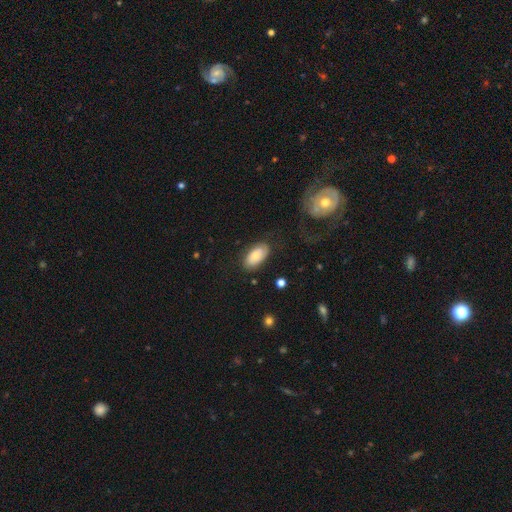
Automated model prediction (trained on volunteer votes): A smooth galaxy with no disk features (71%) that is in between round and cigar-shaped (94%). Merging: none (75%).